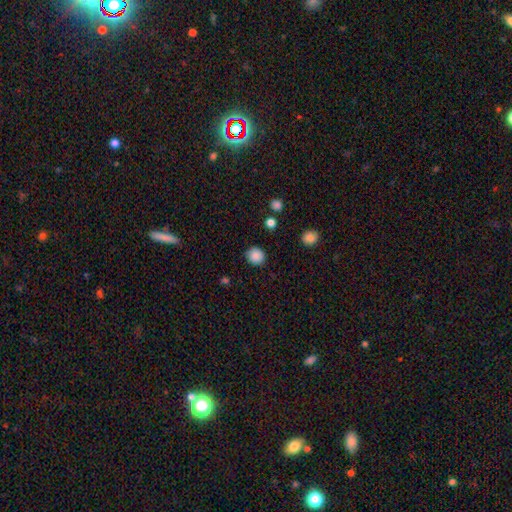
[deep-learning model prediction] Q: Smooth or featured?
A: smooth (87%); runner-up: star or artifact (10%)
Q: How rounded?
A: round (86%); runner-up: in between (13%)
Q: Merging?
A: none (89%); runner-up: minor disturbance (8%)